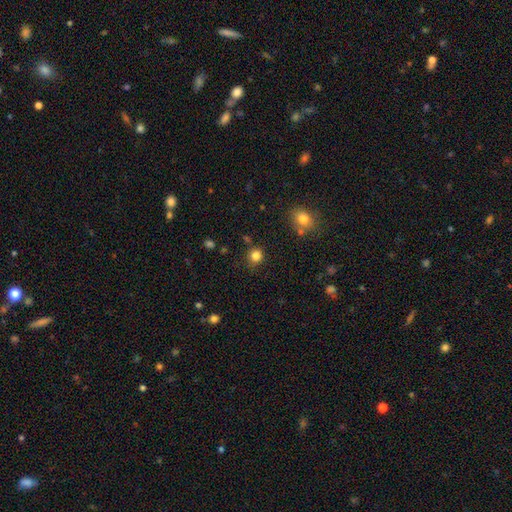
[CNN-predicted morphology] Q: Smooth or featured?
A: smooth (83%); runner-up: star or artifact (13%)
Q: How rounded?
A: round (87%); runner-up: in between (12%)
Q: Merging?
A: none (81%); runner-up: minor disturbance (12%)